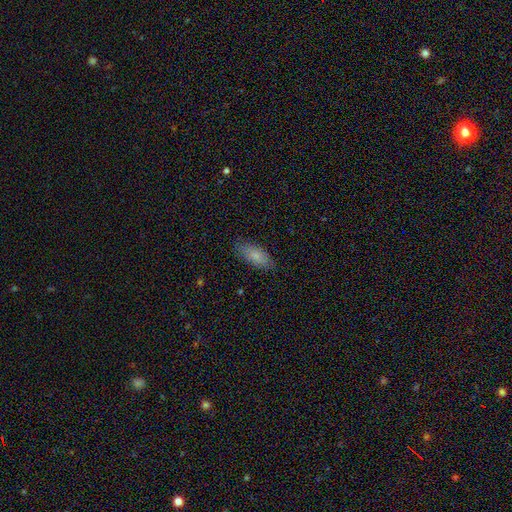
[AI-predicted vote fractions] This is clearly a smooth galaxy (80%). How rounded: clearly in between (82%). Merging: clearly none (82%).